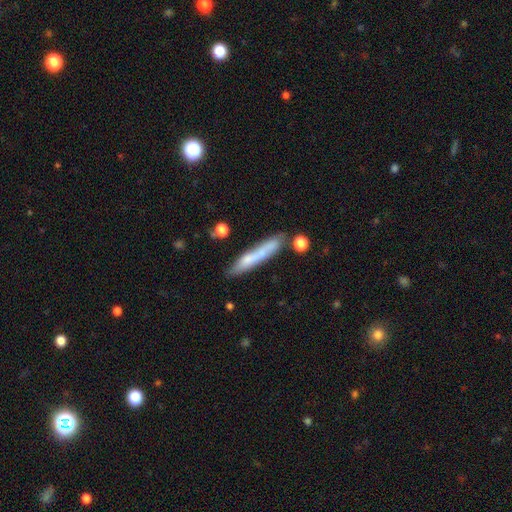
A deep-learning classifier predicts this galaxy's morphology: Smooth or featured?
  - smooth: 60% *
  - featured or disk: 32%
  - star or artifact: 8%
How rounded?
  - cigar-shaped: 92% *
  - in between: 6%
  - round: 2%
Merging?
  - none: 67% *
  - minor disturbance: 18%
  - merger: 10%
  - major disturbance: 5%